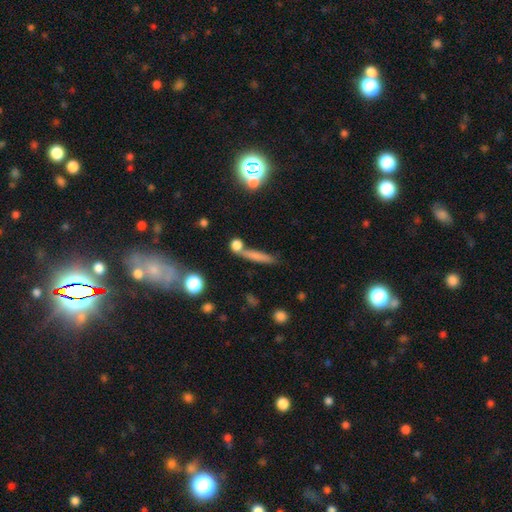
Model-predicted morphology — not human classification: Q: Smooth or featured?
A: smooth (66%); runner-up: featured or disk (23%)
Q: How rounded?
A: cigar-shaped (86%); runner-up: in between (9%)
Q: Merging?
A: none (64%); runner-up: merger (18%)